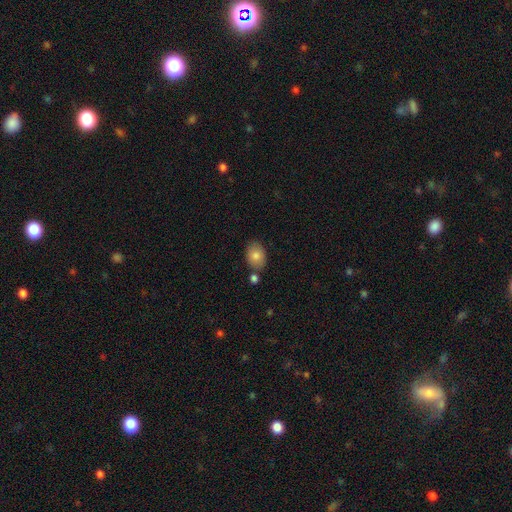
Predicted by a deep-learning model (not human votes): Smooth or featured? smooth (83%)
How rounded? in between (77%)
Merging? none (75%)